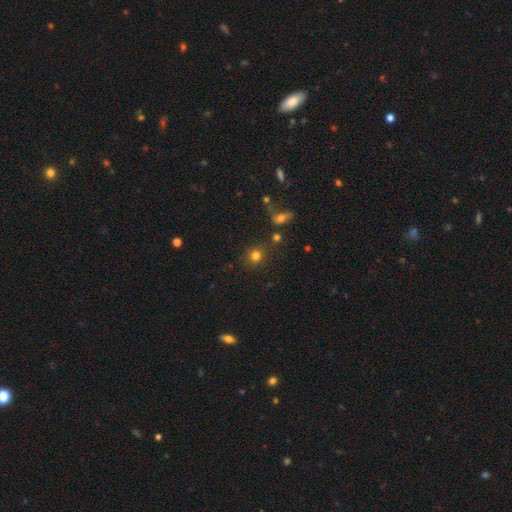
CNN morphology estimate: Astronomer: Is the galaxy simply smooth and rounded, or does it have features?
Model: smooth — 77%.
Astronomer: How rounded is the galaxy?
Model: round — 89%.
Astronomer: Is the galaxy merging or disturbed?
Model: none — 77%.